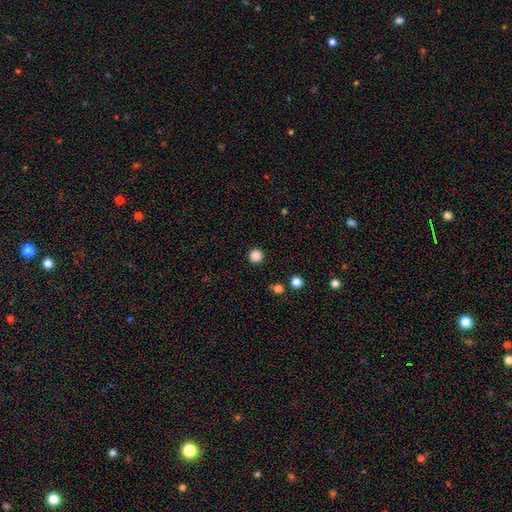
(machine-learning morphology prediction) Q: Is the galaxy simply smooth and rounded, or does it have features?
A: smooth — 86%.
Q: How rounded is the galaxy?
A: round — 96%.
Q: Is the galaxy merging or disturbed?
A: none — 92%.